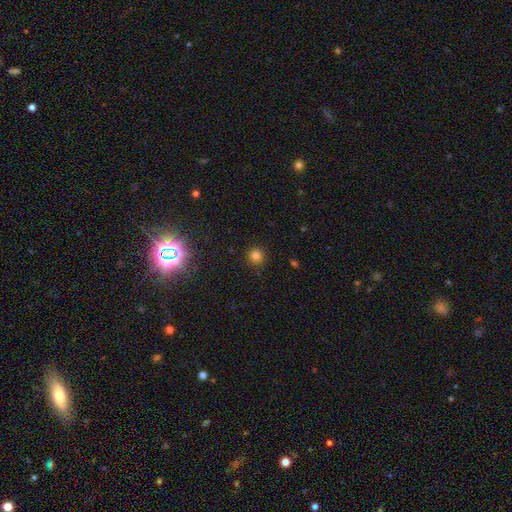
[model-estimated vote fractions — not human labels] The model was most divided on "smooth or featured": smooth: 79%, star or artifact: 16%, featured or disk: 5%. More confident: how rounded — round (93%); merging — none (90%).